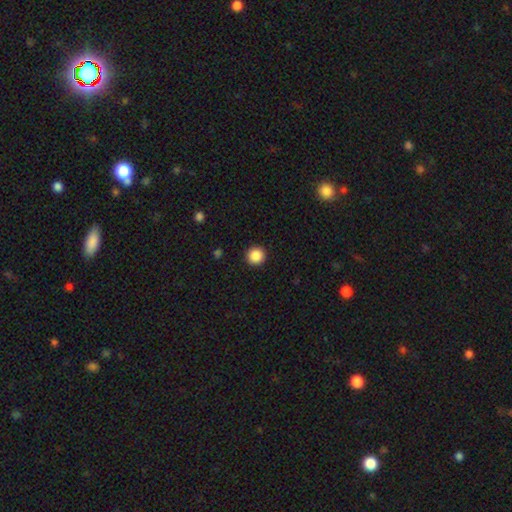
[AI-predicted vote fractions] Q: Smooth or featured?
A: smooth (87%); runner-up: star or artifact (10%)
Q: How rounded?
A: round (95%); runner-up: in between (4%)
Q: Merging?
A: none (93%); runner-up: minor disturbance (5%)